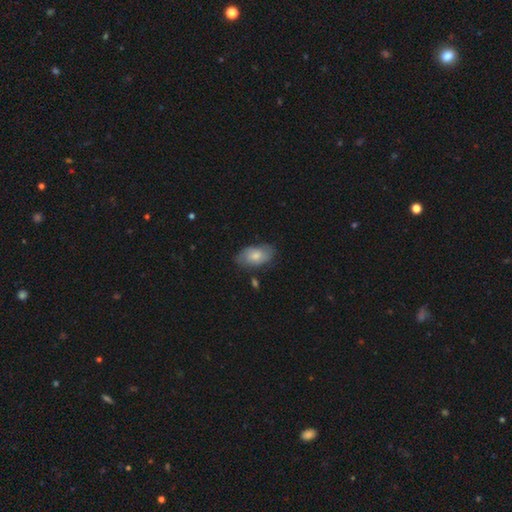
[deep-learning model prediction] A smooth galaxy with no disk features (68%) that is in between round and cigar-shaped (92%). Merging: none (71%).